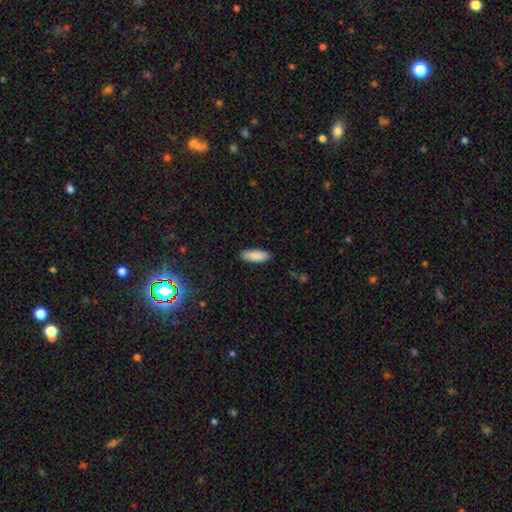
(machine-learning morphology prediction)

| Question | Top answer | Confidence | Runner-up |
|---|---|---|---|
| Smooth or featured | smooth | 89% | star or artifact (6%) |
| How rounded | in between | 68% | cigar-shaped (30%) |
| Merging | none | 89% | minor disturbance (8%) |